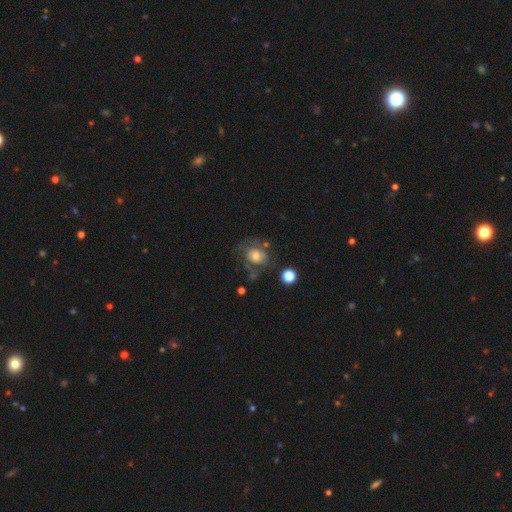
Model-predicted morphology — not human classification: A featured or disk galaxy (46%). Merging: none (49%).